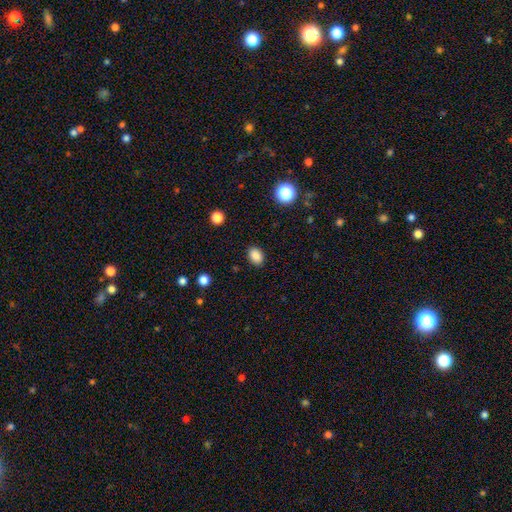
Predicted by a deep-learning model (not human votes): A smooth galaxy with no disk features (86%) that is in between round and cigar-shaped (76%).

Vote fractions:
- Smooth or featured? smooth: 86% / star or artifact: 10% / featured or disk: 4%
- How rounded? in between: 76% / round: 23% / cigar-shaped: 1%
- Merging? none: 89% / minor disturbance: 8% / major disturbance: 2% / merger: 1%